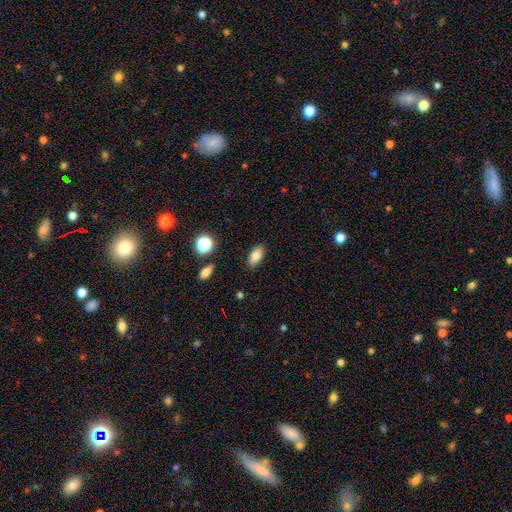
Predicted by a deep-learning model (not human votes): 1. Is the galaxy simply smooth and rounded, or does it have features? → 81% smooth, 9% star or artifact, 9% featured or disk.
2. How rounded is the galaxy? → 90% in between, 6% round, 5% cigar-shaped.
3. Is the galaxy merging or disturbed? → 86% none, 10% minor disturbance, 2% major disturbance, 2% merger.